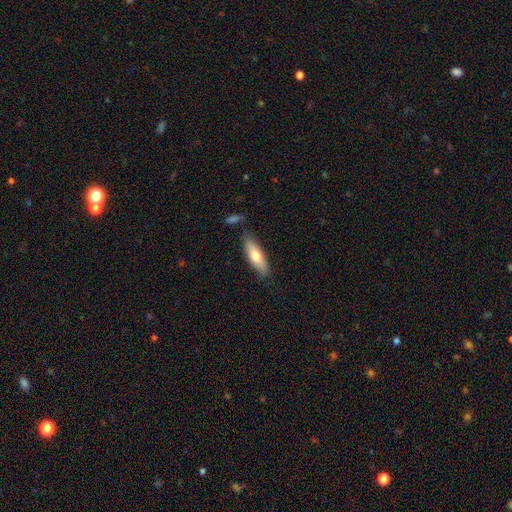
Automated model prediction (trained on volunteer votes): Morphology: type=smooth (66%); roundness=cigar-shaped (50%); merging=none (78%).